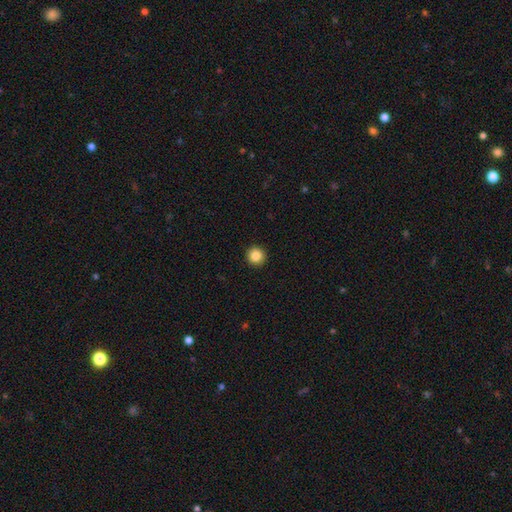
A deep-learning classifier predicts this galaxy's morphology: Overall: smooth (85%). How rounded: round (96%). Merging: none (94%).